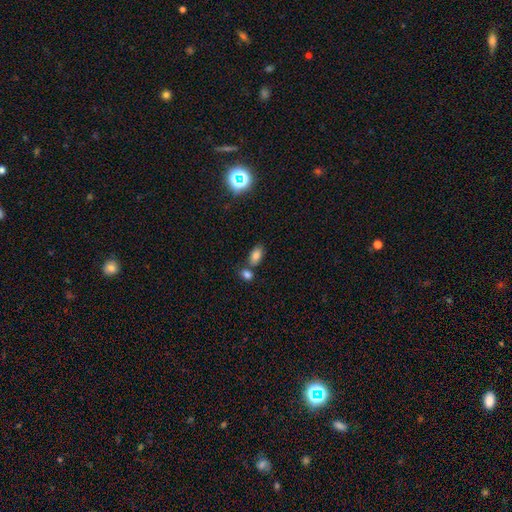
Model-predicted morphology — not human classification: Overall: smooth (80%). How rounded: in between (90%). Merging: none (56%; merger 27%).